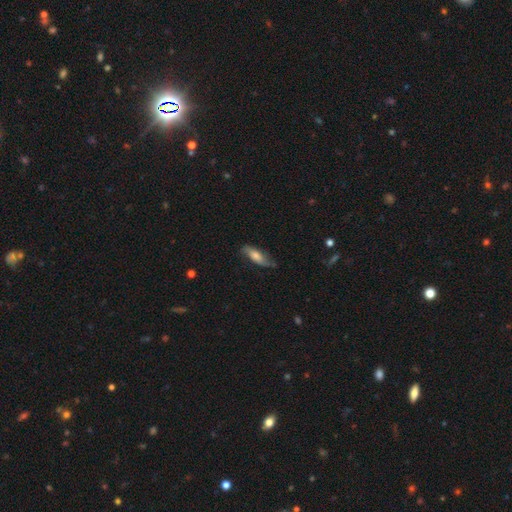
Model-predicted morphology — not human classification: type=smooth (55%); roundness=in between (56%); merging=none (67%).